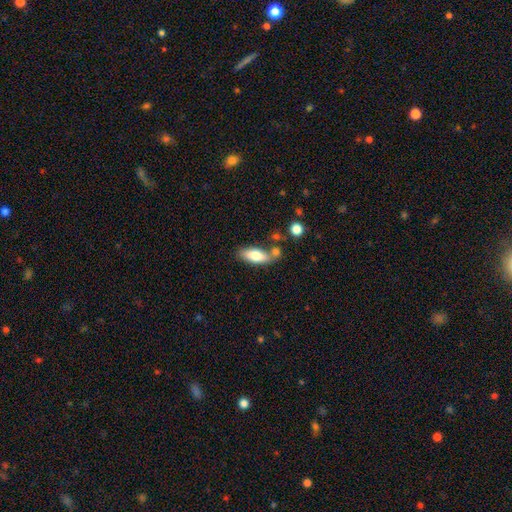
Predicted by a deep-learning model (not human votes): smooth-or-featured: smooth: 75% | featured or disk: 18% | star or artifact: 7%
  how-rounded: in between: 76% | cigar-shaped: 21% | round: 3%
  merging: none: 61% | merger: 17% | minor disturbance: 17% | major disturbance: 5%